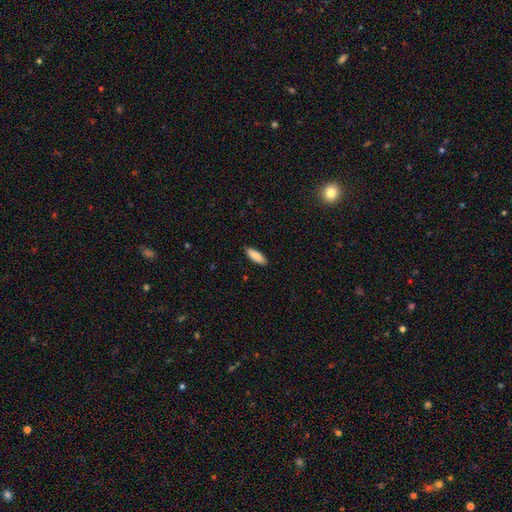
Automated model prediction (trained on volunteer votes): smooth_or_featured: smooth (p=0.87) [alt: featured or disk p=0.07]
how_rounded: in between (p=0.59) [alt: cigar-shaped p=0.40]
merging: none (p=0.90) [alt: minor disturbance p=0.08]